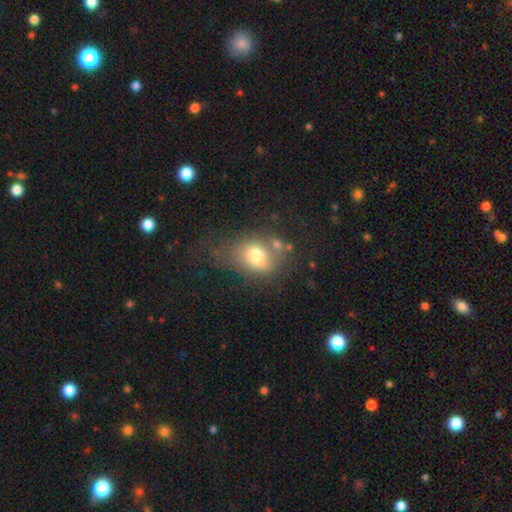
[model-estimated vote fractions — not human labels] Smooth or featured? Predicted: smooth (p=0.72). How rounded? Predicted: in between (p=0.54). Merging? Predicted: none (p=0.47).